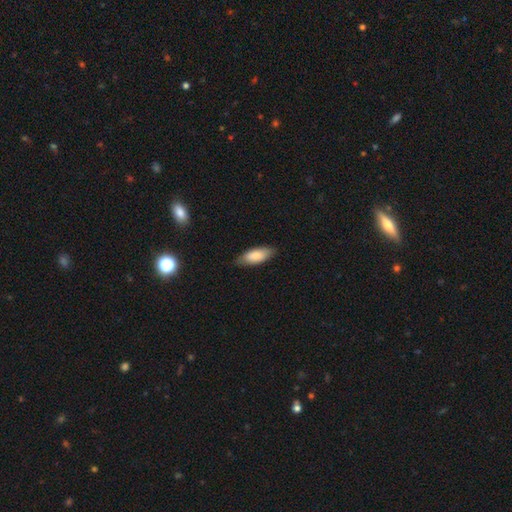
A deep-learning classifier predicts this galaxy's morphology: This is clearly a smooth galaxy (82%). How rounded: likely in between (76%). Merging: clearly none (82%).